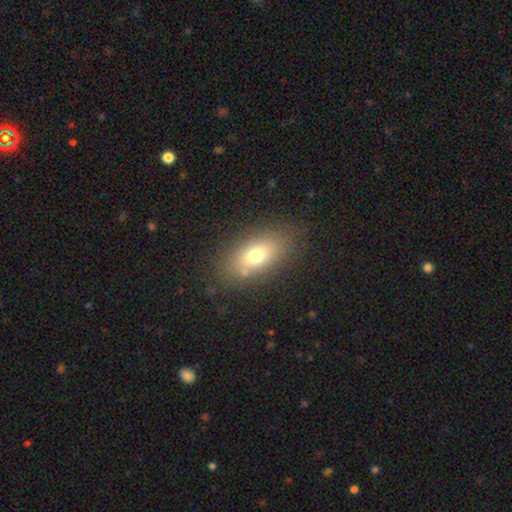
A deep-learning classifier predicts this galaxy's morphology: smooth_or_featured: smooth (p=0.70) [alt: featured or disk p=0.19]
how_rounded: in between (p=0.83) [alt: round p=0.10]
merging: none (p=0.81) [alt: minor disturbance p=0.12]